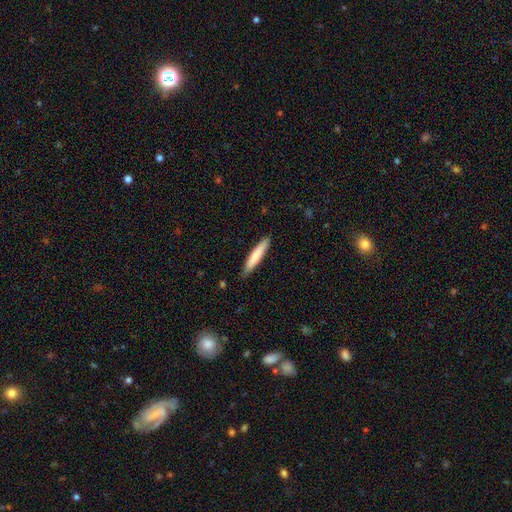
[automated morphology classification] smooth-or-featured: smooth: 79% | featured or disk: 16% | star or artifact: 5%
  how-rounded: cigar-shaped: 91% | in between: 7% | round: 1%
  merging: none: 87% | minor disturbance: 10% | major disturbance: 2% | merger: 1%